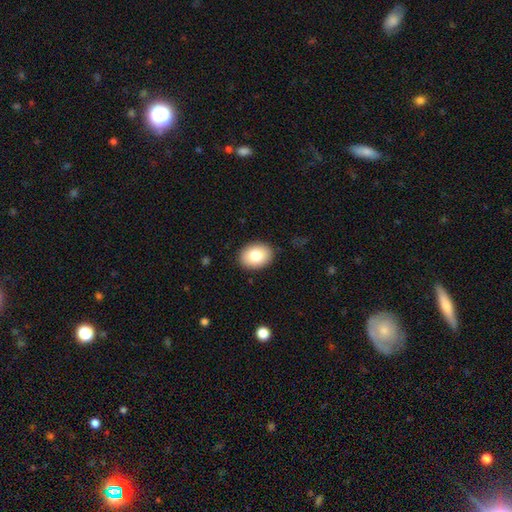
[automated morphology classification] Smooth or featured? Predicted: smooth (p=0.81). How rounded? Predicted: in between (p=0.70). Merging? Predicted: none (p=0.89).